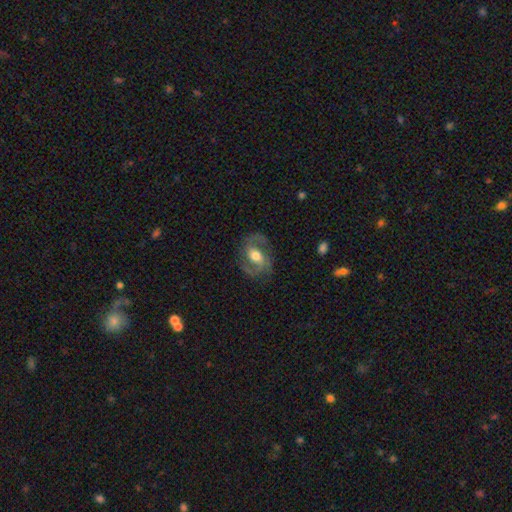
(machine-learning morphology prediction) The model was most divided on "bar" (2-way tie): no: 41%, weak: 41%, strong: 17%. More confident: edge-on disk — no (97%); spiral arms — yes (93%); spiral arm count — 2 (84%); smooth or featured — featured or disk (81%); merging — none (74%); bulge size — moderate (65%); spiral winding — medium (55%).